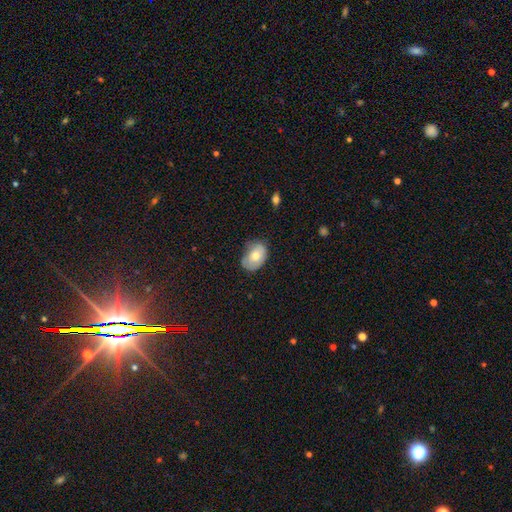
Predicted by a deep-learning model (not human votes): Smooth or featured? Predicted: smooth (p=0.67). How rounded? Predicted: in between (p=0.77). Merging? Predicted: none (p=0.57).